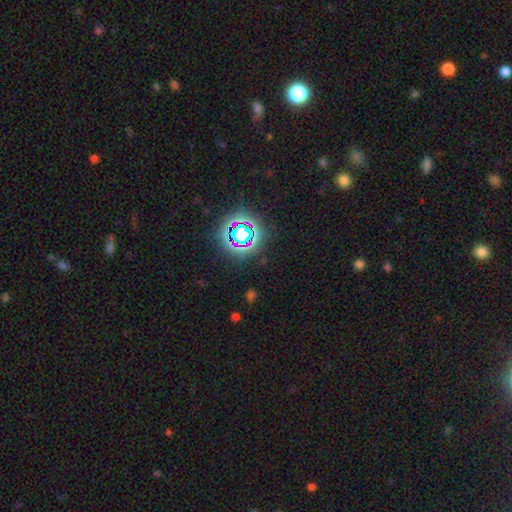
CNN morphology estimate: The model was most divided on "smooth or featured": star or artifact: 76%, smooth: 16%, featured or disk: 8%.